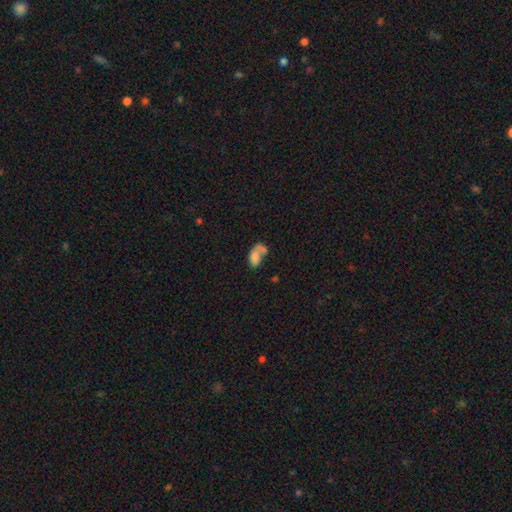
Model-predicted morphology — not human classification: A smooth galaxy with no disk features (70%) that is in between round and cigar-shaped (90%). Merging: merger (43%).